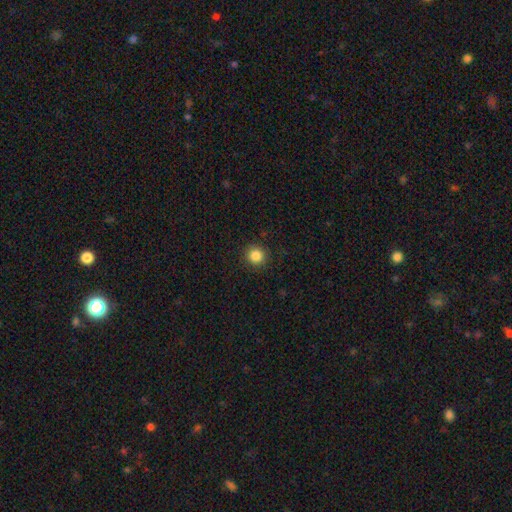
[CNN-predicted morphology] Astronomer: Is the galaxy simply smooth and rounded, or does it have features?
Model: smooth — 85%.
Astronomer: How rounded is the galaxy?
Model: round — 93%.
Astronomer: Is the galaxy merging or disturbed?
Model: none — 91%.